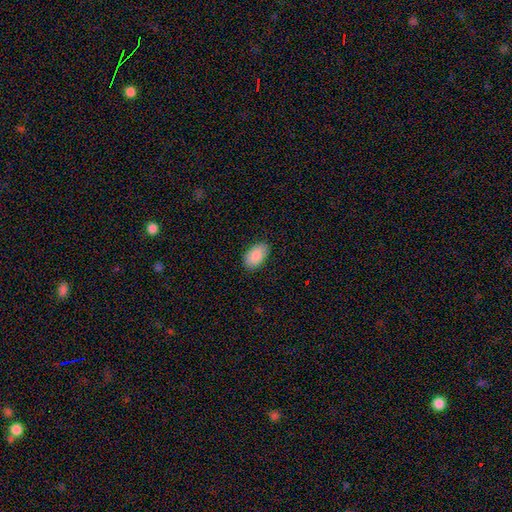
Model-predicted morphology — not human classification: Smooth or featured? Predicted: smooth (p=0.89). How rounded? Predicted: in between (p=0.93). Merging? Predicted: none (p=0.84).